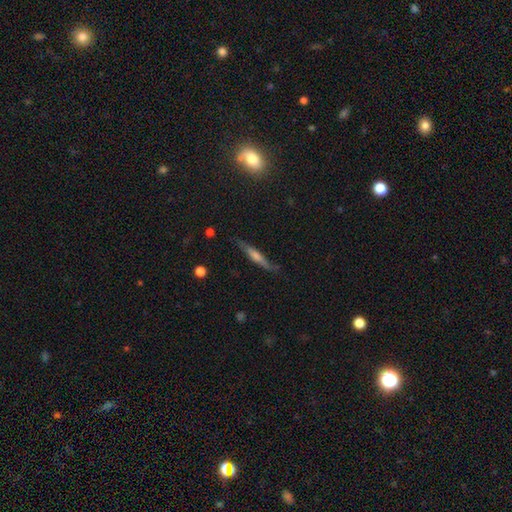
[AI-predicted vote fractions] Overall: featured or disk (58%; smooth 32%). Edge-on disk: yes (90%). Edge-on bulge: rounded (51%; boxy 25%). Merging: none (78%).